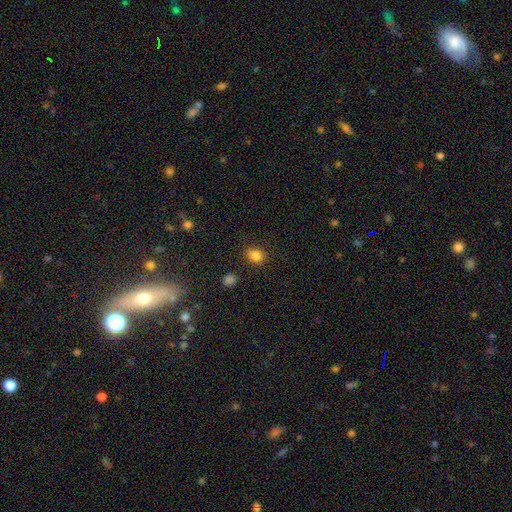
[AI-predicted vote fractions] smooth-or-featured: smooth: 83% | star or artifact: 12% | featured or disk: 5%
  how-rounded: in between: 50% | round: 49% | cigar-shaped: 1%
  merging: none: 81% | minor disturbance: 13% | major disturbance: 3% | merger: 2%